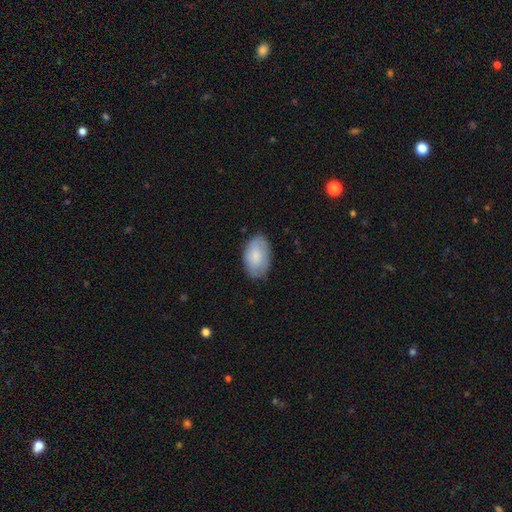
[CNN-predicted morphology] Smooth or featured: smooth — 76% (featured or disk — 18%)
How rounded: in between — 92% (round — 7%)
Merging: none — 77% (minor disturbance — 18%)